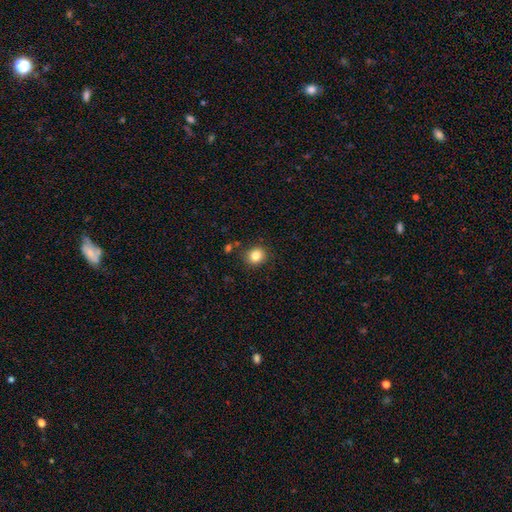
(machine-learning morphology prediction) Smooth or featured? Predicted: smooth (p=0.84). How rounded? Predicted: round (p=0.77). Merging? Predicted: none (p=0.87).